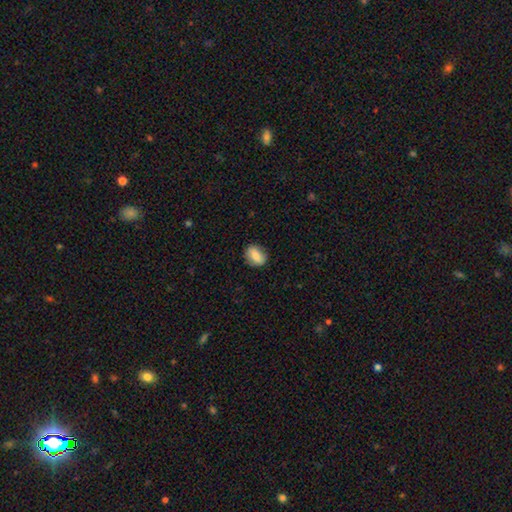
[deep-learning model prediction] Q: Smooth or featured?
A: smooth (76%); runner-up: featured or disk (16%)
Q: How rounded?
A: in between (67%); runner-up: round (31%)
Q: Merging?
A: none (82%); runner-up: minor disturbance (14%)